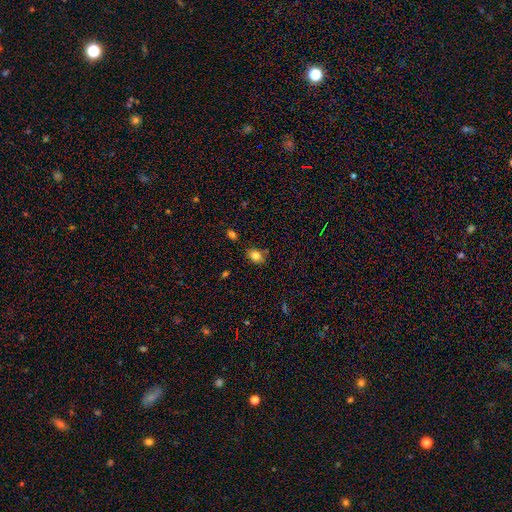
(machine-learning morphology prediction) This is clearly a smooth galaxy (81%). How rounded: likely in between (70%). Merging: clearly none (80%).